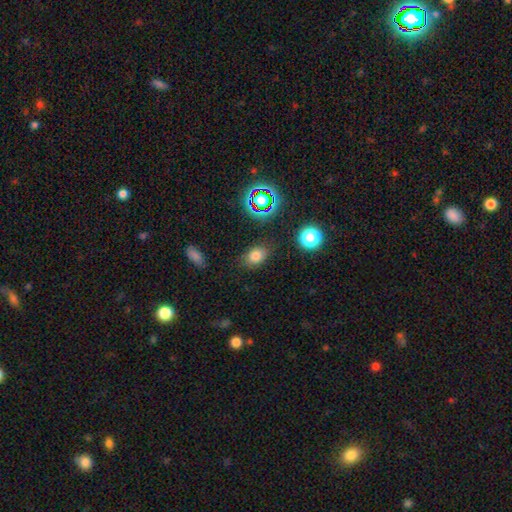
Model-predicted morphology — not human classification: This is likely a smooth galaxy (74%). How rounded: likely in between (72%). Merging: clearly none (82%).